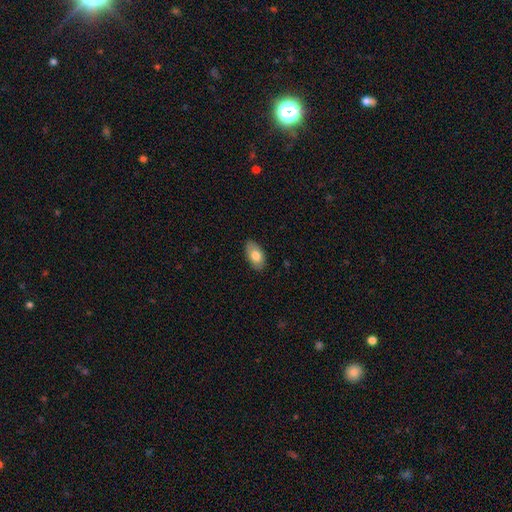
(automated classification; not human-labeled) Smooth or featured?
  - smooth: 78% *
  - featured or disk: 16%
  - star or artifact: 6%
How rounded?
  - in between: 94% *
  - round: 5%
  - cigar-shaped: 2%
Merging?
  - none: 85% *
  - minor disturbance: 12%
  - major disturbance: 2%
  - merger: 1%